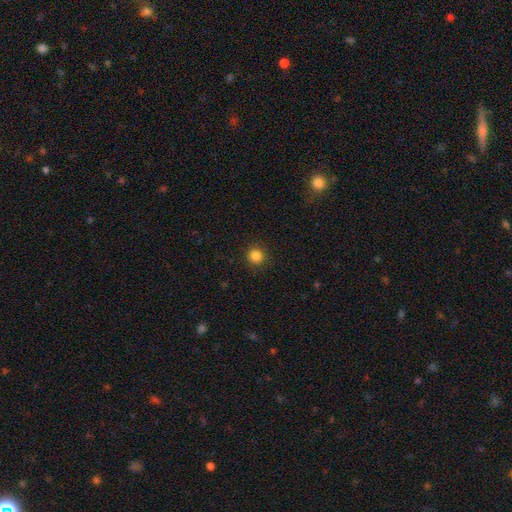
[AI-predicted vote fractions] smooth 85%, star or artifact 12%, featured or disk 3%. Down the decision tree: how rounded — round (94%); merging — none (92%).